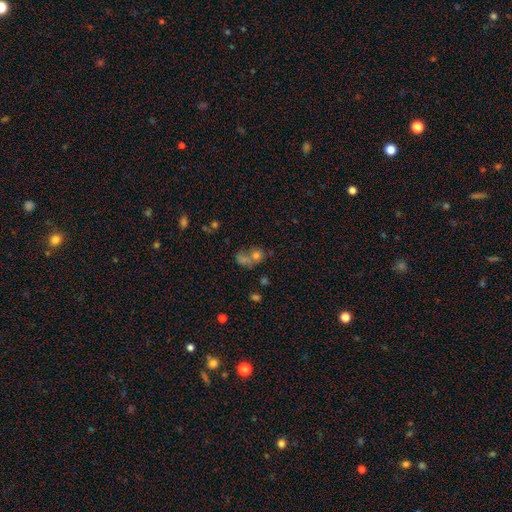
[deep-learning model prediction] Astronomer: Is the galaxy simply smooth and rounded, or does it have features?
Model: smooth — 57%.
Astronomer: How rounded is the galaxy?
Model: round — 65%.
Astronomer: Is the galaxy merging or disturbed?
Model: merger — 49% (runner-up: none, 33%).